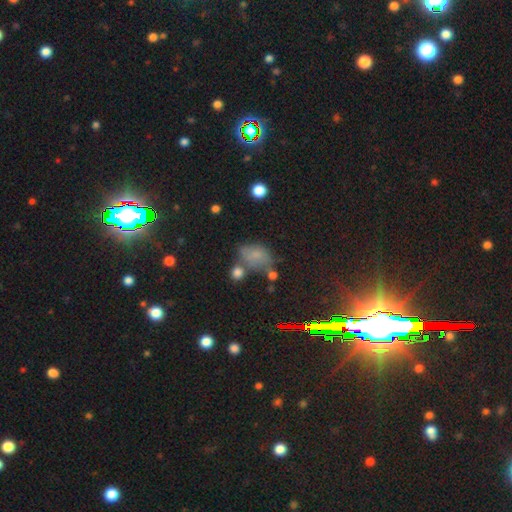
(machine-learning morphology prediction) The model was most divided on "merging": none: 45%, minor disturbance: 24%, merger: 18%, major disturbance: 13%. More confident: how rounded — in between (75%); smooth or featured — smooth (63%).